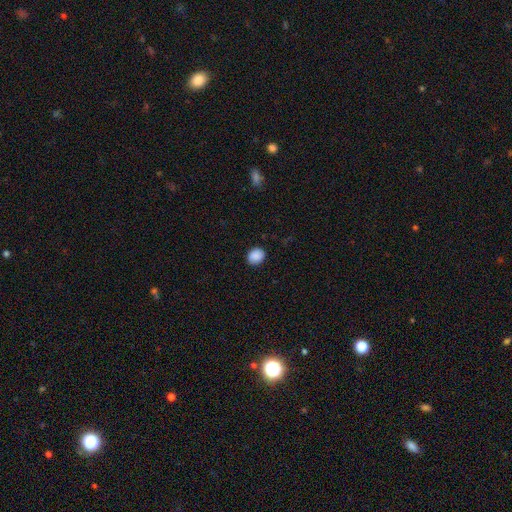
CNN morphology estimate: Smooth or featured? Predicted: smooth (p=0.89). How rounded? Predicted: round (p=0.61). Merging? Predicted: none (p=0.88).